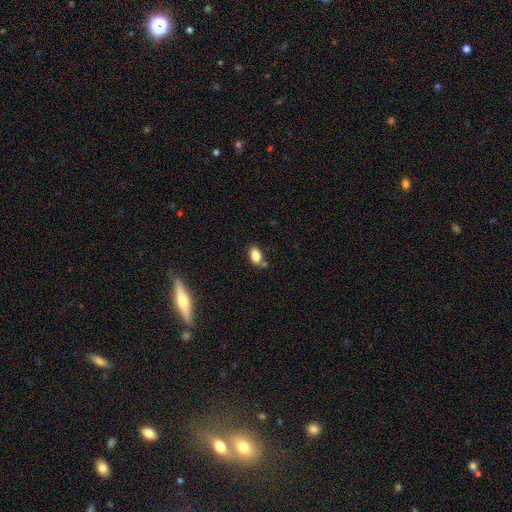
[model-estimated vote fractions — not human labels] This appears to be a smooth galaxy with no disk features (84%) that is in between round and cigar-shaped (91%). Merging: none (70%).